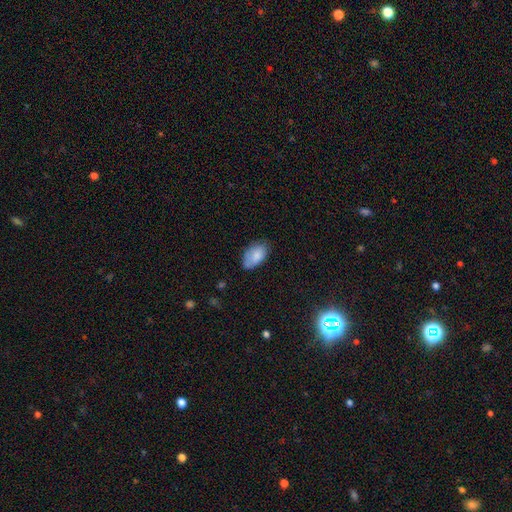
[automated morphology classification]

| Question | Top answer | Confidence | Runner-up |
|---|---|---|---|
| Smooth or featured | smooth | 80% | featured or disk (13%) |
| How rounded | in between | 93% | round (5%) |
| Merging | none | 63% | minor disturbance (28%) |